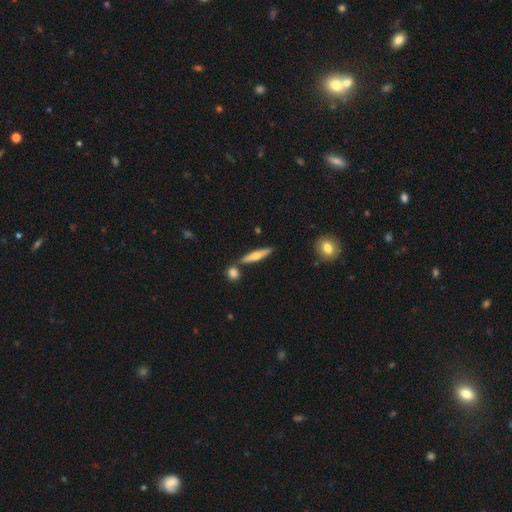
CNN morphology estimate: The model was most divided on "smooth or featured" (2-way tie): smooth: 47%, featured or disk: 47%, star or artifact: 6%. More confident: merging — none (80%).